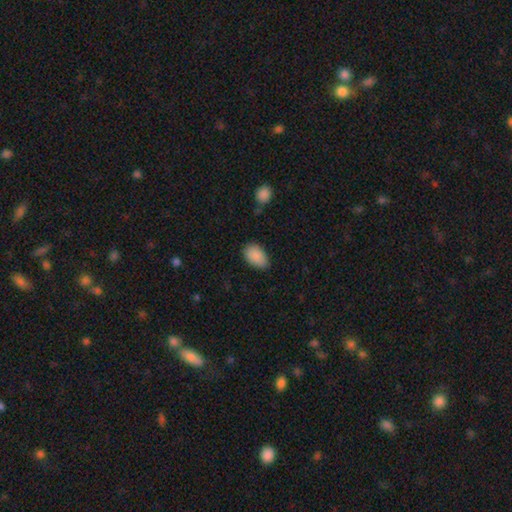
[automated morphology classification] This is clearly a smooth galaxy (89%). How rounded: clearly in between (92%). Merging: likely none (78%).